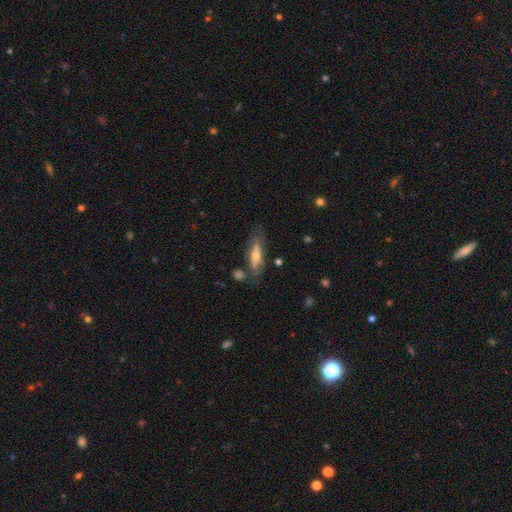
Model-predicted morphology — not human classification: type=featured or disk (56%); edge-on=no (53%); merging=none (66%).